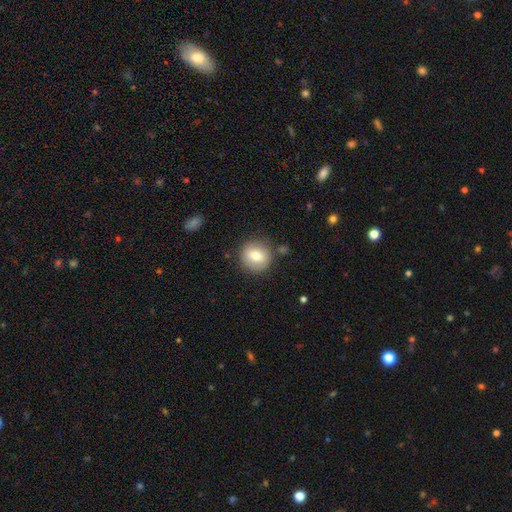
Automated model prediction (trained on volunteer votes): Smooth or featured? Predicted: smooth (p=0.76). How rounded? Predicted: round (p=0.88). Merging? Predicted: none (p=0.82).